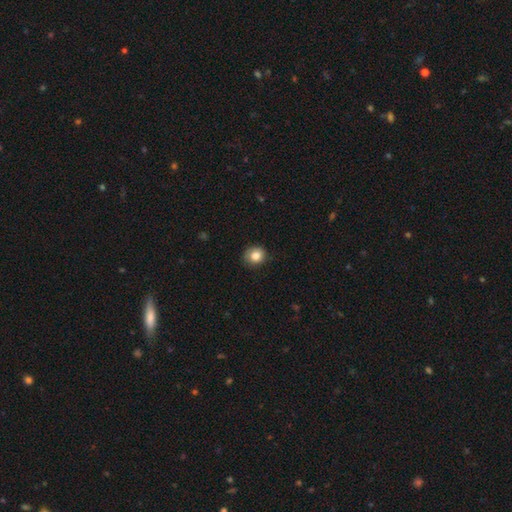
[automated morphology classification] The model was most divided on "how rounded": round: 80%, in between: 19%, cigar-shaped: 1%. More confident: smooth or featured — smooth (84%); merging — none (81%).